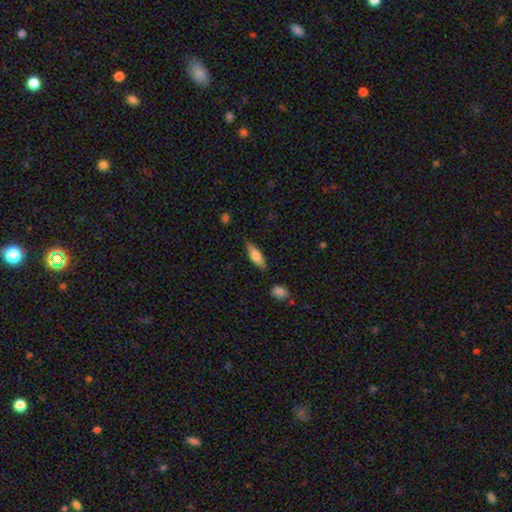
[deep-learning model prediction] smooth-or-featured: smooth: 68% | featured or disk: 26% | star or artifact: 6%
  how-rounded: cigar-shaped: 50% | in between: 48% | round: 2%
  merging: none: 82% | minor disturbance: 13% | major disturbance: 3% | merger: 2%